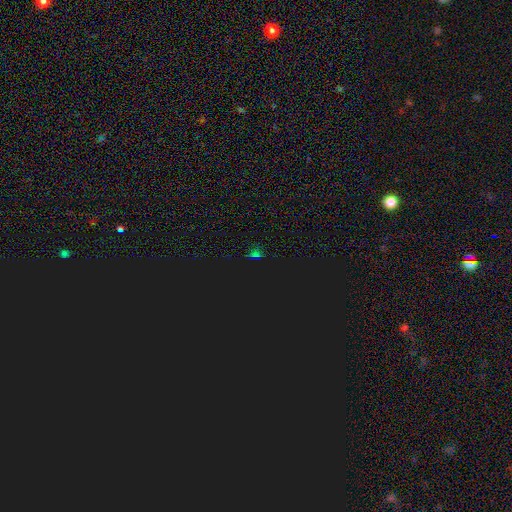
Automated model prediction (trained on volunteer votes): The model was most divided on "smooth or featured": star or artifact: 66%, smooth: 27%, featured or disk: 8%.